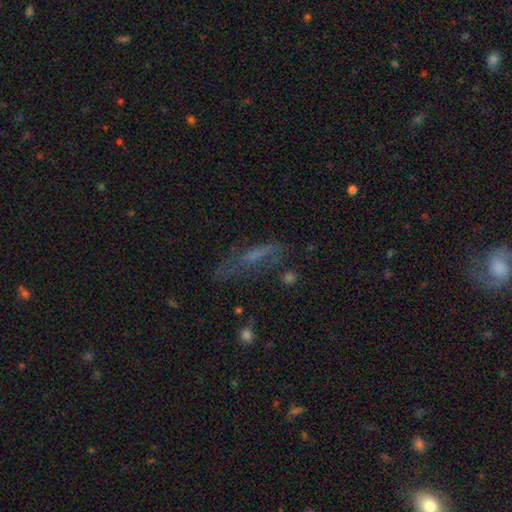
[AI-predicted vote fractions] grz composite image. It shows a featured or disk galaxy (40%). Merging: none (53%).